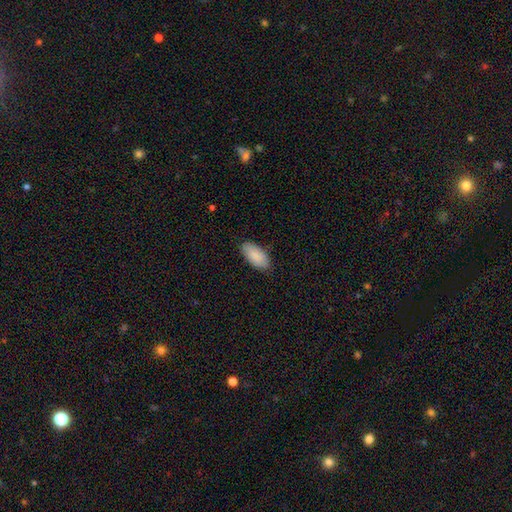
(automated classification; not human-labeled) Smooth or featured?
  - smooth: 89% *
  - star or artifact: 6%
  - featured or disk: 5%
How rounded?
  - in between: 93% *
  - cigar-shaped: 6%
  - round: 2%
Merging?
  - none: 86% *
  - minor disturbance: 11%
  - major disturbance: 2%
  - merger: 1%